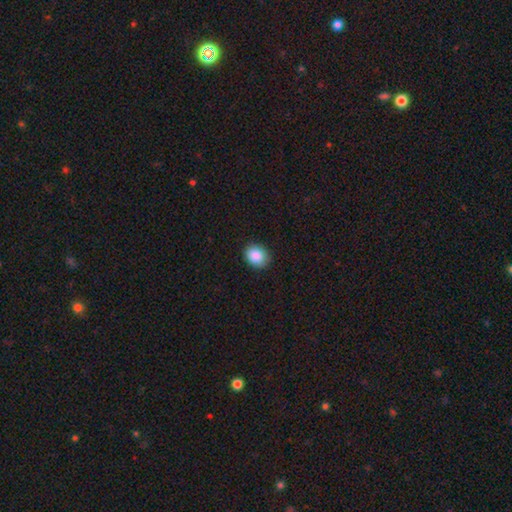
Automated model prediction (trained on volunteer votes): Overall: smooth (88%). How rounded: round (54%; in between 45%). Merging: none (88%).